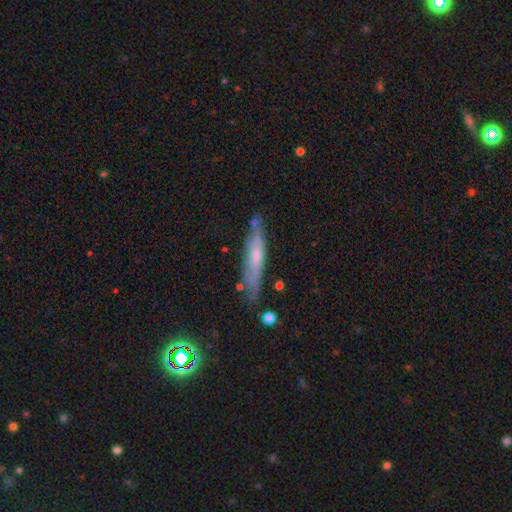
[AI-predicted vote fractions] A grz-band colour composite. It shows a featured or disk galaxy (49%). Merging: none (75%).